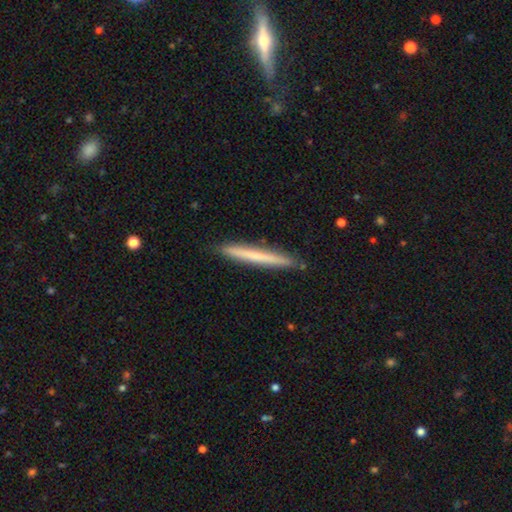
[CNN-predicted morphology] Smooth or featured? smooth (60%)
How rounded? cigar-shaped (97%)
Merging? none (91%)